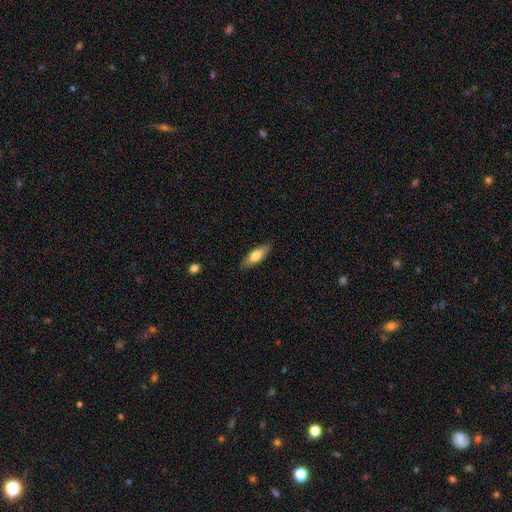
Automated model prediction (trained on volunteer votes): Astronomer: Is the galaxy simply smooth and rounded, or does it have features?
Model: smooth — 71%.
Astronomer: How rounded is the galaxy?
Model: in between — 58% (runner-up: cigar-shaped, 40%).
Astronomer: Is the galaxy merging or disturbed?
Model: none — 86%.